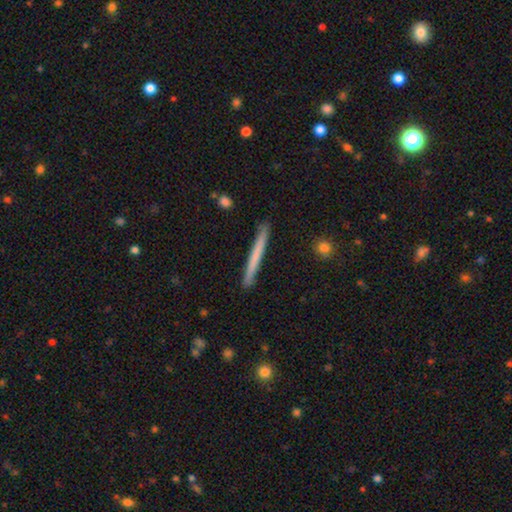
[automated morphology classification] Overall: smooth (63%; featured or disk 32%). How rounded: cigar-shaped (97%). Merging: none (91%).